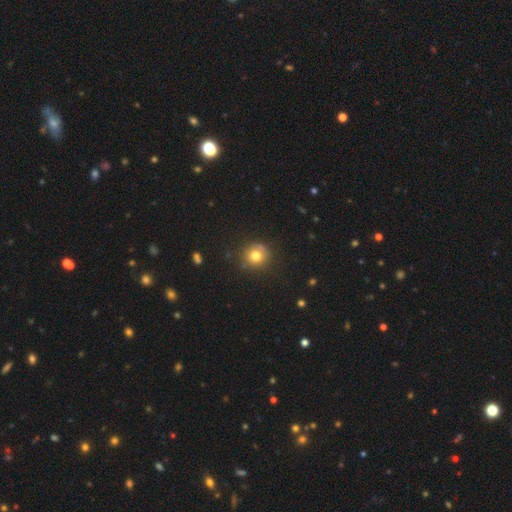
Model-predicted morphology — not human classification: Q: Smooth or featured?
A: smooth (77%); runner-up: star or artifact (13%)
Q: How rounded?
A: round (91%); runner-up: in between (8%)
Q: Merging?
A: none (79%); runner-up: minor disturbance (15%)